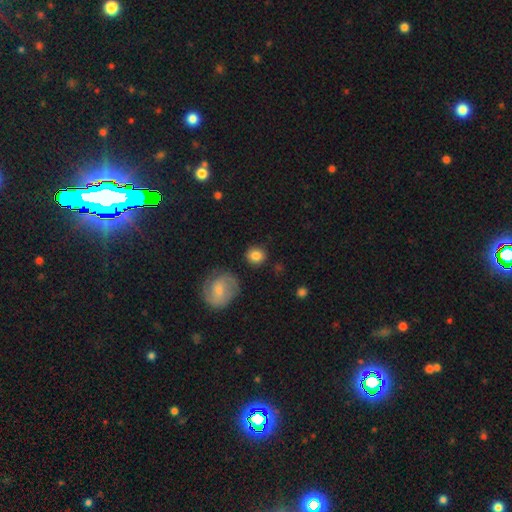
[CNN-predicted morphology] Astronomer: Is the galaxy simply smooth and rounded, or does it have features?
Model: smooth — 82%.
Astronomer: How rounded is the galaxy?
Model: round — 86%.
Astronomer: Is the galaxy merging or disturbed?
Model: none — 85%.